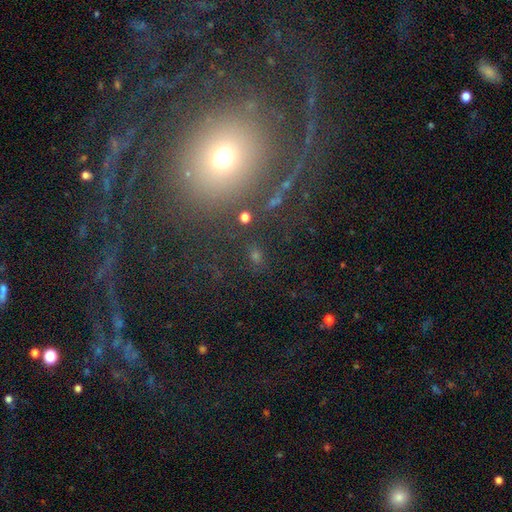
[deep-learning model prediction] Smooth or featured?
  - smooth: 46% *
  - star or artifact: 38%
  - featured or disk: 16%
Merging?
  - none: 76% *
  - minor disturbance: 11%
  - major disturbance: 7%
  - merger: 6%